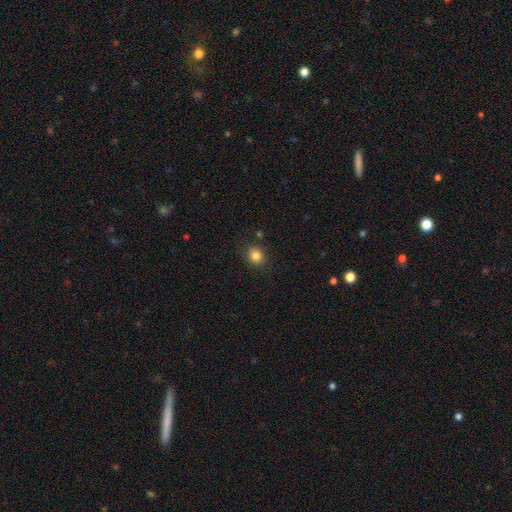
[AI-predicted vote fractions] Q: Smooth or featured?
A: smooth (84%); runner-up: star or artifact (11%)
Q: How rounded?
A: round (74%); runner-up: in between (25%)
Q: Merging?
A: none (86%); runner-up: minor disturbance (9%)